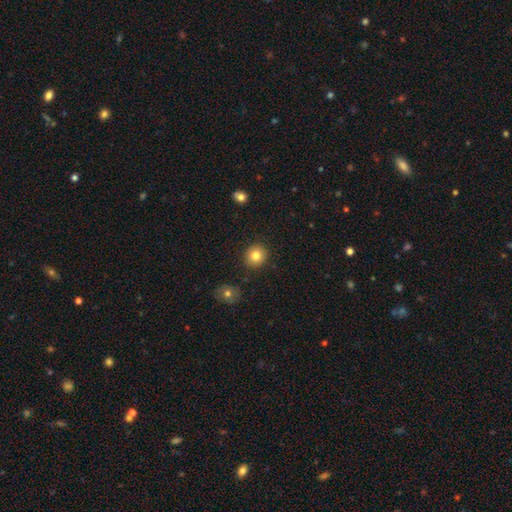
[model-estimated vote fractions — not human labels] Overall: smooth (82%). How rounded: round (85%). Merging: none (90%).